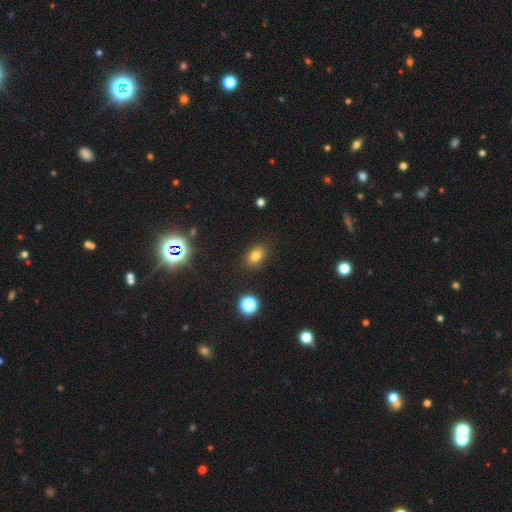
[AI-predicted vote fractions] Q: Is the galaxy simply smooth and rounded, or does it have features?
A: smooth — 77%.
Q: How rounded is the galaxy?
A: in between — 73%.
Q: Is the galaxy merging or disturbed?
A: none — 86%.